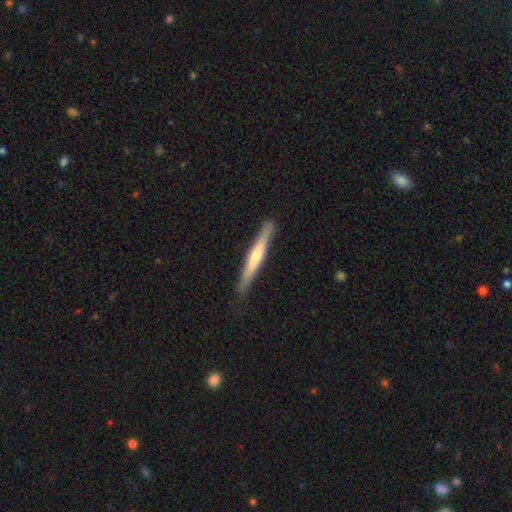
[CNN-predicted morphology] Overall: featured or disk (51%; smooth 44%). Edge-on disk: yes (96%). Merging: none (86%).